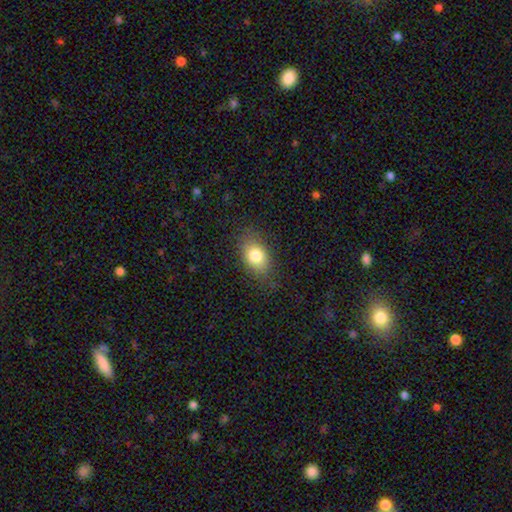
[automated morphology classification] smooth_or_featured: smooth (p=0.80) [alt: featured or disk p=0.11]
how_rounded: in between (p=0.78) [alt: round p=0.20]
merging: none (p=0.79) [alt: minor disturbance p=0.15]